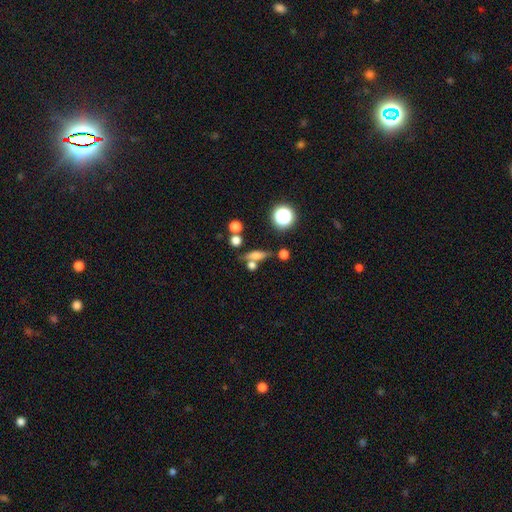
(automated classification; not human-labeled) Q: Smooth or featured?
A: smooth (57%); runner-up: featured or disk (27%)
Q: How rounded?
A: cigar-shaped (49%); runner-up: in between (33%)
Q: Merging?
A: none (60%); runner-up: merger (21%)